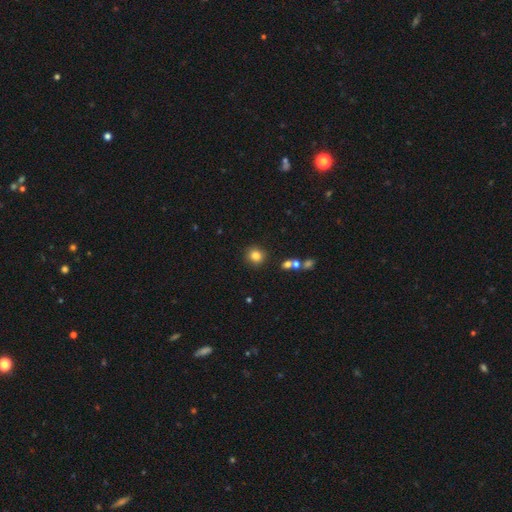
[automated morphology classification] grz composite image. It shows a smooth galaxy with no disk features (82%) that is round (90%). Merging: none (87%).